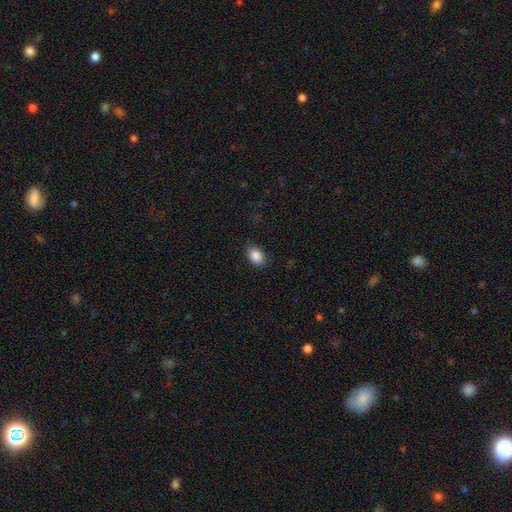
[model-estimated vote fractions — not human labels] Q: Smooth or featured?
A: smooth (87%); runner-up: star or artifact (8%)
Q: How rounded?
A: in between (83%); runner-up: round (15%)
Q: Merging?
A: none (85%); runner-up: minor disturbance (12%)